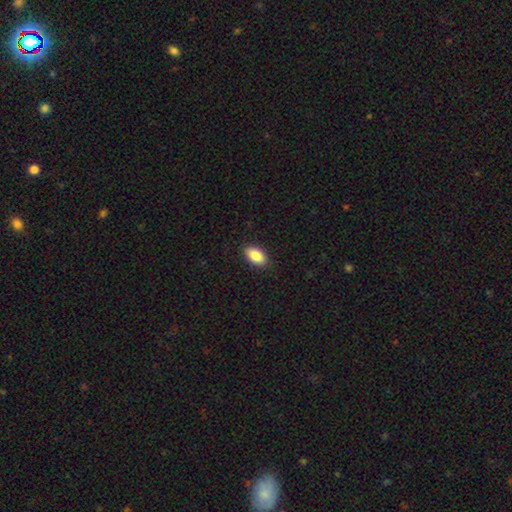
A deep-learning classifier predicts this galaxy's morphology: Smooth or featured: smooth — 87% (star or artifact — 7%)
How rounded: in between — 93% (round — 4%)
Merging: none — 89% (minor disturbance — 8%)